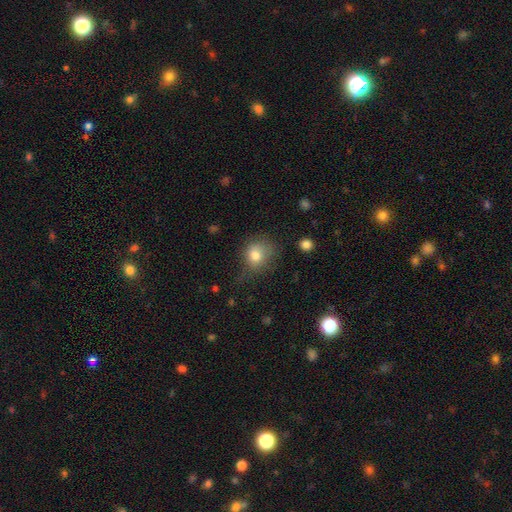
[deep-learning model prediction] This appears to be a smooth galaxy with no disk features (78%) that is round (69%). Merging: none (50%).